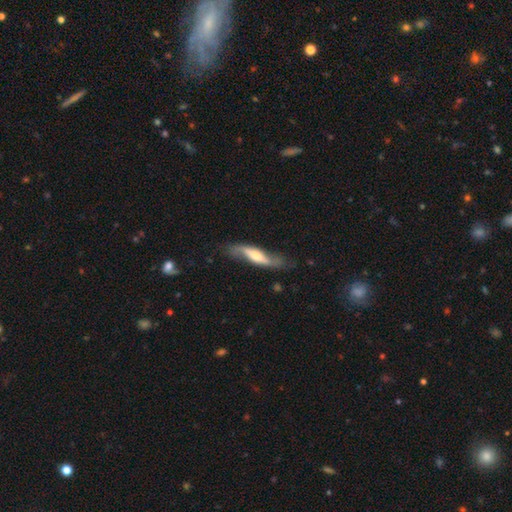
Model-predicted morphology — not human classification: type=featured or disk (67%); edge-on=no (65%); merging=none (65%).